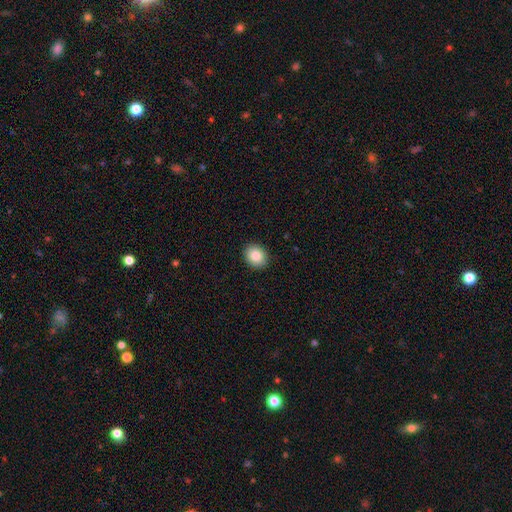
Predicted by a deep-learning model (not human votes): smooth 86%, star or artifact 9%, featured or disk 6%. Down the decision tree: how rounded — round (57%); merging — none (91%).